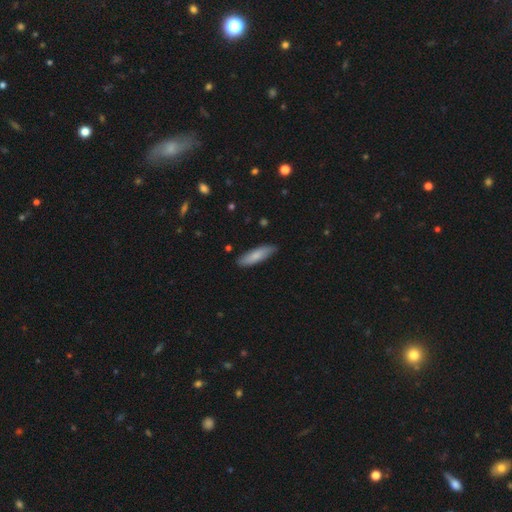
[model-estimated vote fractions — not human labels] Morphology: type=smooth (80%); roundness=cigar-shaped (62%); merging=none (82%).